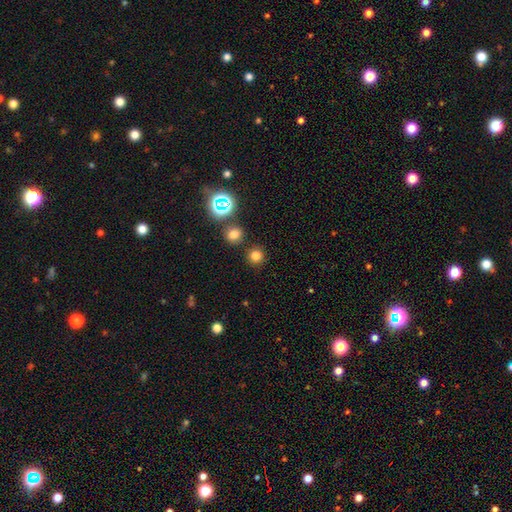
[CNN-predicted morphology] Smooth or featured?
  - smooth: 75% *
  - star or artifact: 20%
  - featured or disk: 6%
How rounded?
  - round: 93% *
  - in between: 6%
  - cigar-shaped: 1%
Merging?
  - none: 85% *
  - minor disturbance: 6%
  - merger: 6%
  - major disturbance: 3%